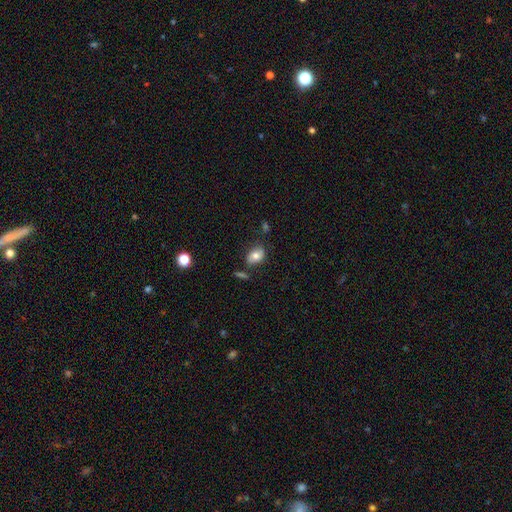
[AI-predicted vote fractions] The model was most divided on "merging": none: 67%, minor disturbance: 20%, merger: 7%, major disturbance: 6%. More confident: how rounded — in between (84%); smooth or featured — smooth (73%).